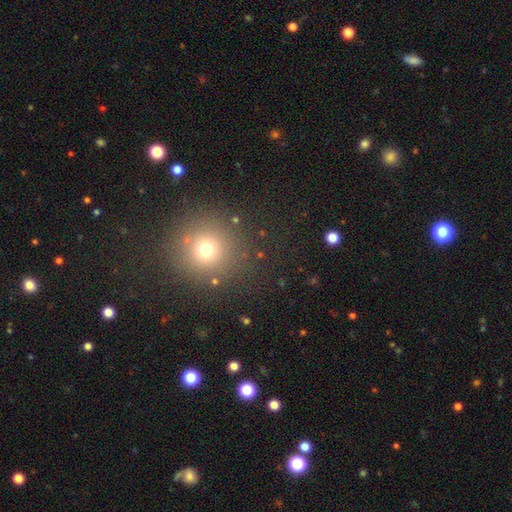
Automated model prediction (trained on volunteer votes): A smooth galaxy with no disk features (55%) that is round (92%).

Vote fractions:
- Smooth or featured? smooth: 55% / star or artifact: 37% / featured or disk: 8%
- How rounded? round: 92% / in between: 6% / cigar-shaped: 1%
- Merging? none: 89% / minor disturbance: 6% / major disturbance: 3% / merger: 2%